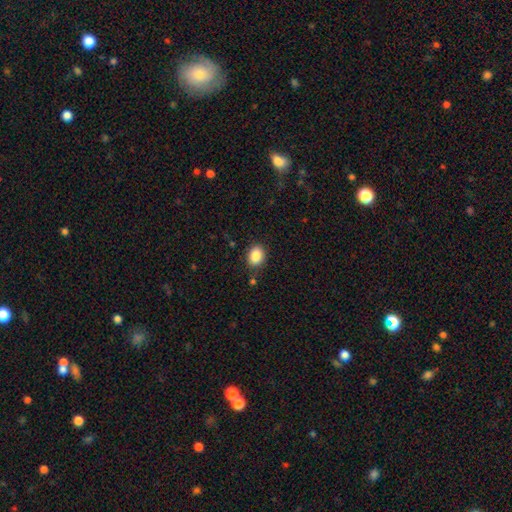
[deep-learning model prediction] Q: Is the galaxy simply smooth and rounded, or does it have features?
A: smooth — 87%.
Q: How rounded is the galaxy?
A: in between — 61%.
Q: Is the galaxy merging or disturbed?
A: none — 84%.